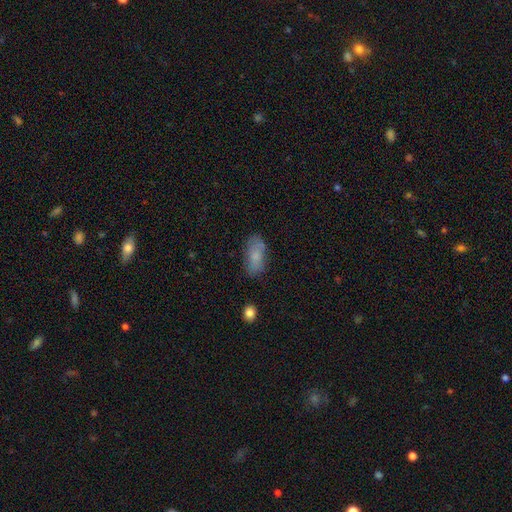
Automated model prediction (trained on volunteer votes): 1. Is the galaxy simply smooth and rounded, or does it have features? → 76% smooth, 16% featured or disk, 8% star or artifact.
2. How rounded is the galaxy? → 85% in between, 12% cigar-shaped, 3% round.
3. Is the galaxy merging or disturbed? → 69% none, 21% minor disturbance, 7% major disturbance, 3% merger.